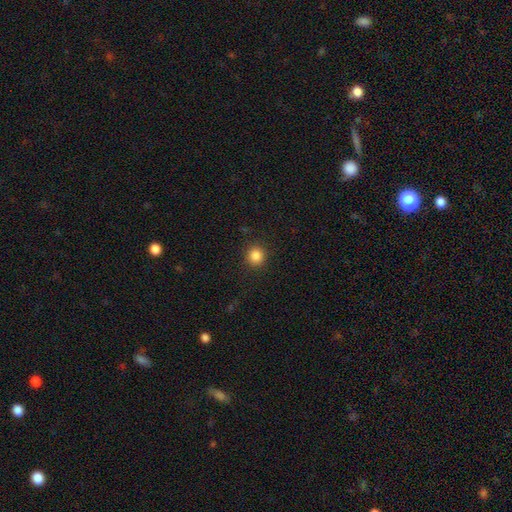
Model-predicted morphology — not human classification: This appears to be a smooth galaxy with no disk features (85%) that is round (91%). Merging: none (91%).